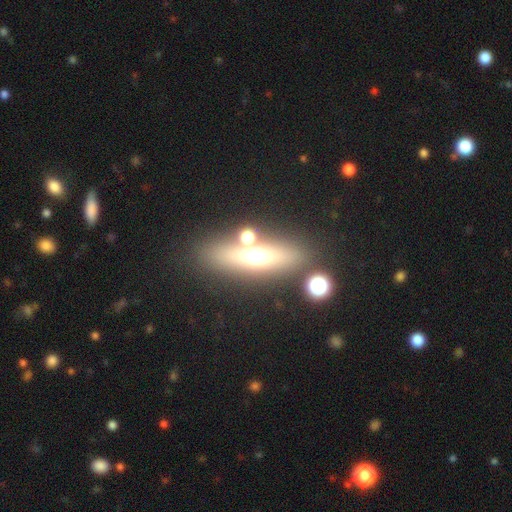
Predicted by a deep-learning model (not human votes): This is marginally a featured or disk galaxy (43%, tied with smooth). Merging: likely none (76%).